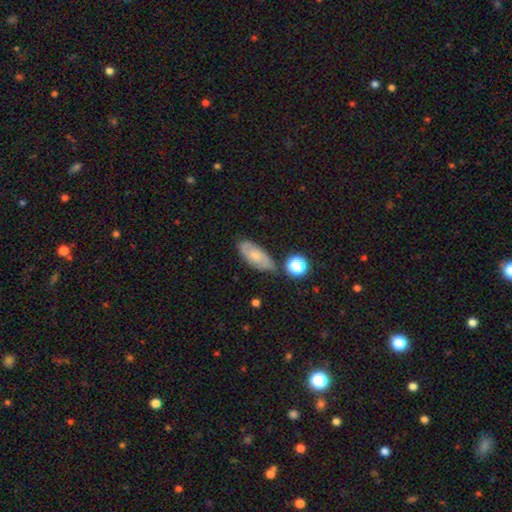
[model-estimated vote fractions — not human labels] smooth_or_featured: featured or disk (p=0.47) [alt: smooth p=0.44]
merging: none (p=0.74) [alt: minor disturbance p=0.18]